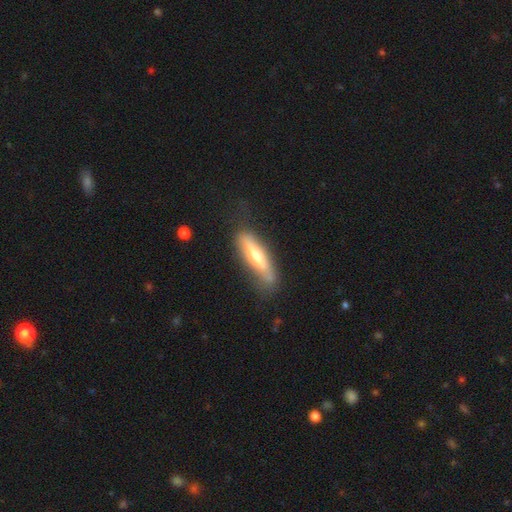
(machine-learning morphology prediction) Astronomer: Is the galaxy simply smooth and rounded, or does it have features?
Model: smooth — 47%, tied with featured or disk at 47%.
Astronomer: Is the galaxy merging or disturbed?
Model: none — 67%.